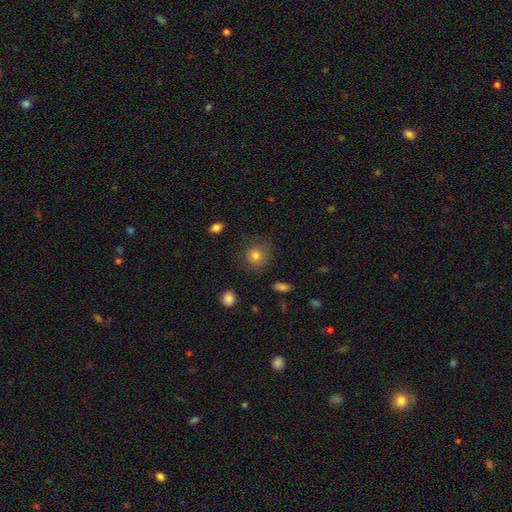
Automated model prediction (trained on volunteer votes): smooth 77%, featured or disk 12%, star or artifact 11%. Down the decision tree: how rounded — round (85%); merging — none (72%).